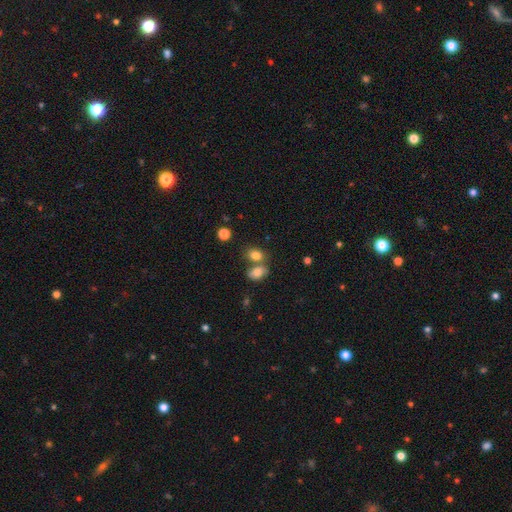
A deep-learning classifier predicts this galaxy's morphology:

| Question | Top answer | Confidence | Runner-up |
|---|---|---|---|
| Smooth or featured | smooth | 81% | star or artifact (11%) |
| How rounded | in between | 69% | round (30%) |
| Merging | none | 48% | merger (37%) |